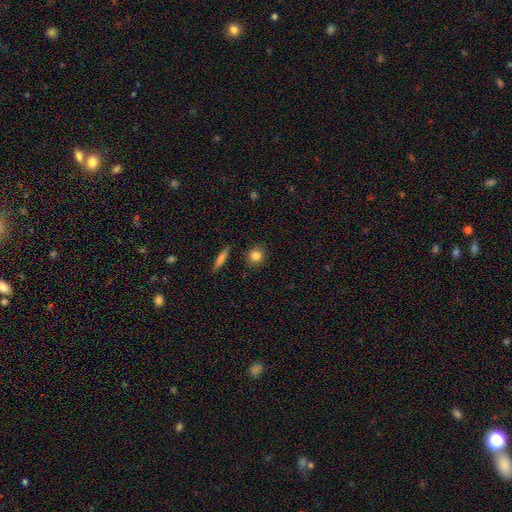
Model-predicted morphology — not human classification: smooth-or-featured: smooth: 83% | star or artifact: 10% | featured or disk: 7%
  how-rounded: round: 84% | in between: 13% | cigar-shaped: 3%
  merging: none: 88% | minor disturbance: 8% | major disturbance: 2% | merger: 2%